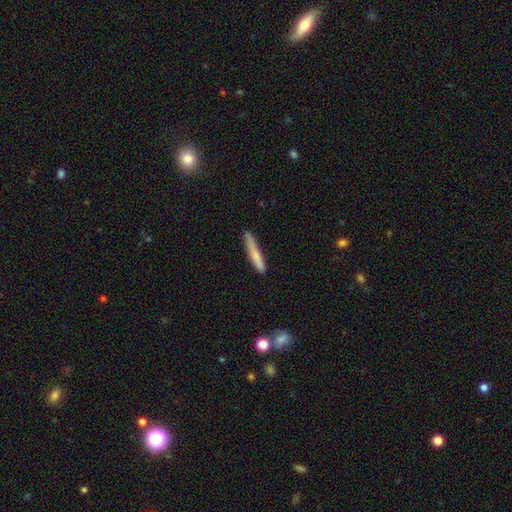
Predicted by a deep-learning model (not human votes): Smooth or featured? smooth (73%)
How rounded? cigar-shaped (94%)
Merging? none (75%)